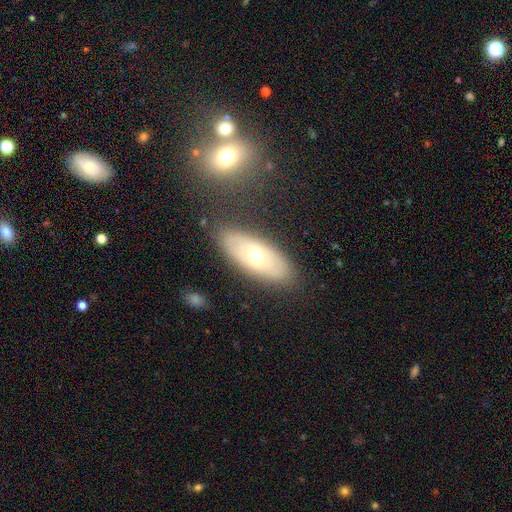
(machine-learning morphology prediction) A featured or disk galaxy (47%).

Vote fractions:
- Smooth or featured? featured or disk: 47% / smooth: 46% / star or artifact: 7%
- Merging? none: 81% / minor disturbance: 12% / merger: 4% / major disturbance: 3%